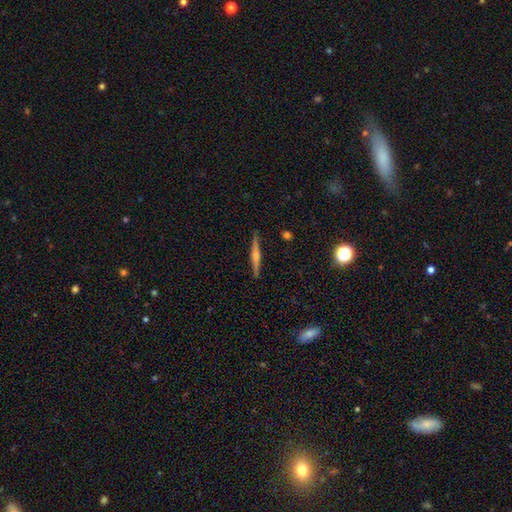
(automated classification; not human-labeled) featured or disk 73%, smooth 19%, star or artifact 8%. Down the decision tree: edge-on disk — yes (98%); edge-on bulge — rounded (83%); merging — none (91%).